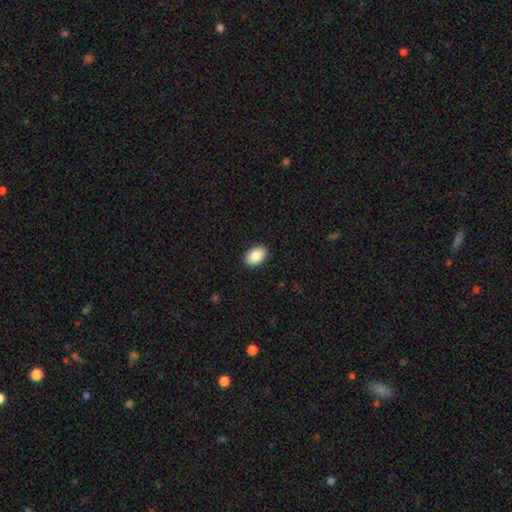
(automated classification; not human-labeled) Smooth or featured? smooth (88%)
How rounded? in between (88%)
Merging? none (90%)